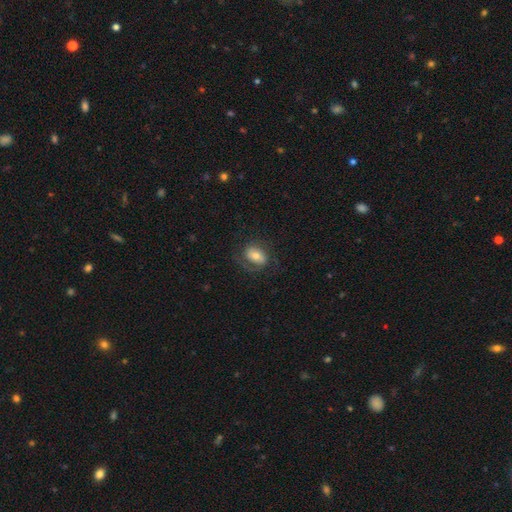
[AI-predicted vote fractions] smooth 49%, featured or disk 43%, star or artifact 8%. Down the decision tree: merging — none (63%).